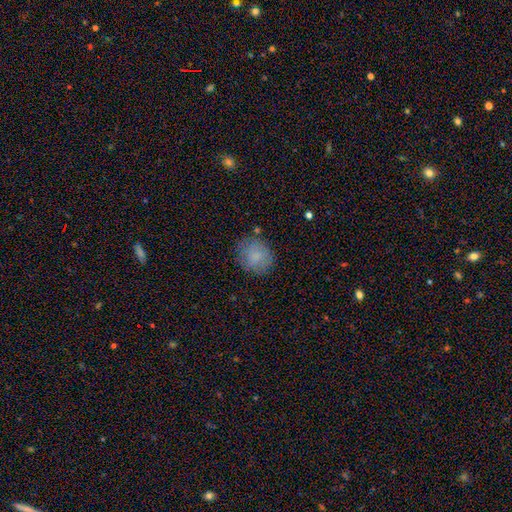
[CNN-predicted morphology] Smooth or featured?
  - smooth: 77% *
  - featured or disk: 13%
  - star or artifact: 9%
How rounded?
  - round: 77% *
  - in between: 22%
  - cigar-shaped: 1%
Merging?
  - none: 77% *
  - minor disturbance: 16%
  - major disturbance: 5%
  - merger: 2%